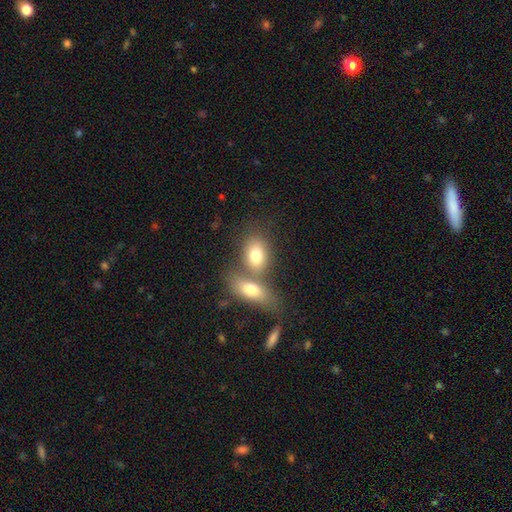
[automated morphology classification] type=smooth (76%); roundness=in between (81%); merging=merger (48%).